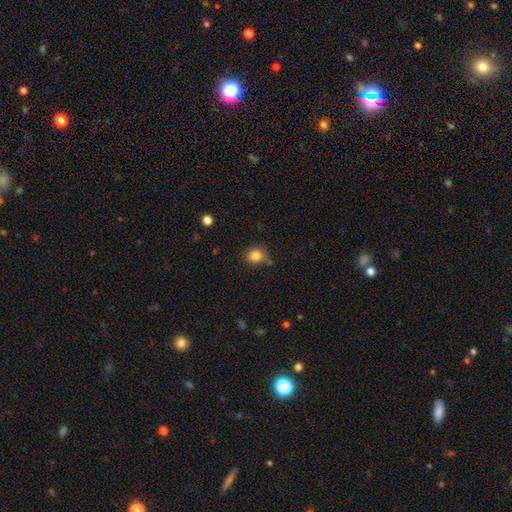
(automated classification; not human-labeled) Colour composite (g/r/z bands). It shows a smooth galaxy with no disk features (84%) that is round (73%). Merging: none (71%).